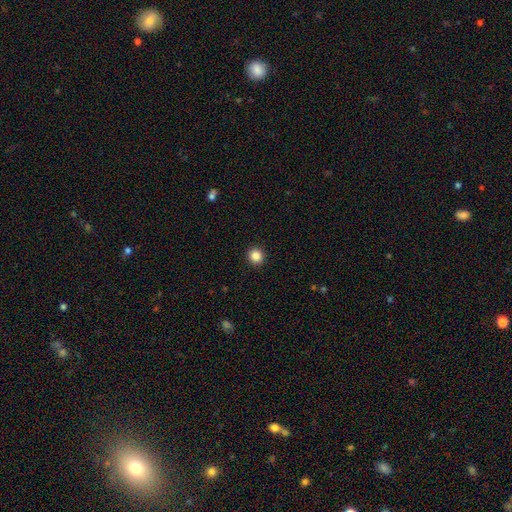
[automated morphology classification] The model was most divided on "smooth or featured": smooth: 86%, star or artifact: 11%, featured or disk: 3%. More confident: merging — none (92%); how rounded — round (89%).